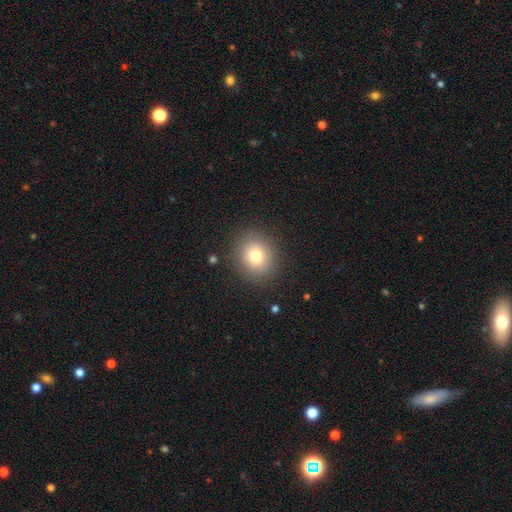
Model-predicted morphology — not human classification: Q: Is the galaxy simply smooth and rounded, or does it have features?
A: smooth — 77%.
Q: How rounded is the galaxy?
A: round — 77%.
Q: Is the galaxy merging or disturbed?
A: none — 87%.